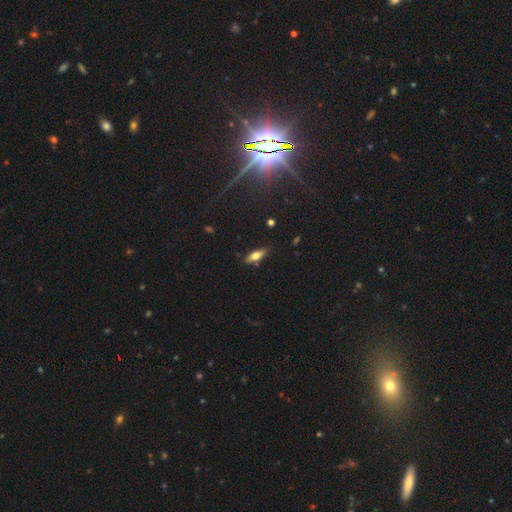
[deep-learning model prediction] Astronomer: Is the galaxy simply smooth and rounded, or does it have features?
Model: smooth — 60%.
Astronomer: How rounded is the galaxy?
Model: in between — 61% (runner-up: cigar-shaped, 36%).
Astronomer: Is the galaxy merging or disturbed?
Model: none — 80%.